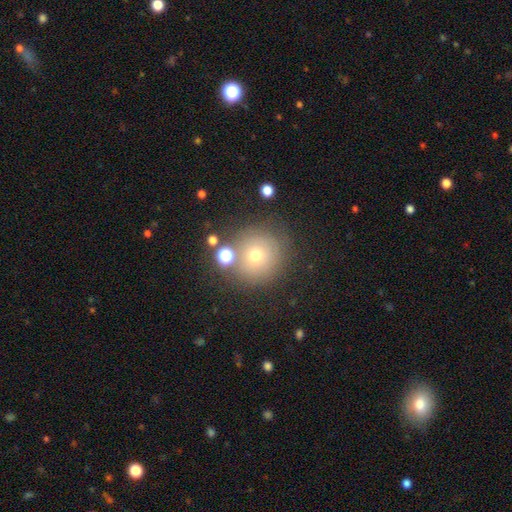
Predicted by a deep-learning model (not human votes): Smooth or featured? smooth (64%)
How rounded? round (92%)
Merging? none (72%)